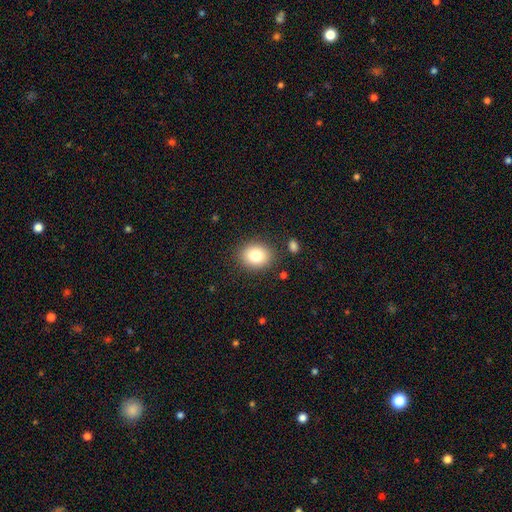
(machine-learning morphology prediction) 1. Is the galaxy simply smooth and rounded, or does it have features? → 82% smooth, 10% star or artifact, 9% featured or disk.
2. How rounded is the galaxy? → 58% round, 42% in between, 1% cigar-shaped.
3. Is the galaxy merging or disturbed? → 86% none, 9% minor disturbance, 3% major disturbance, 2% merger.